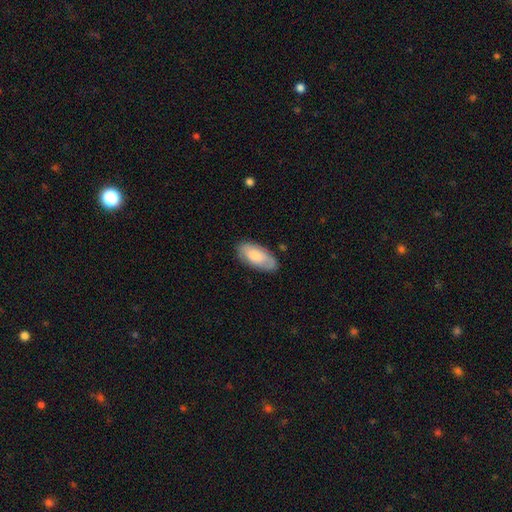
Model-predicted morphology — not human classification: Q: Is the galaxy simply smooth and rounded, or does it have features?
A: smooth — 72%.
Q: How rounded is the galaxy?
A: in between — 91%.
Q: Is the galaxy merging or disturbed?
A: none — 78%.